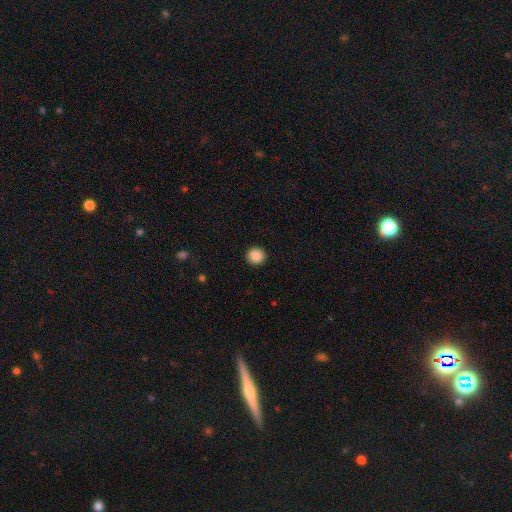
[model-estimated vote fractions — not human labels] smooth_or_featured: smooth (p=0.89) [alt: star or artifact p=0.09]
how_rounded: round (p=0.92) [alt: in between p=0.07]
merging: none (p=0.93) [alt: minor disturbance p=0.05]